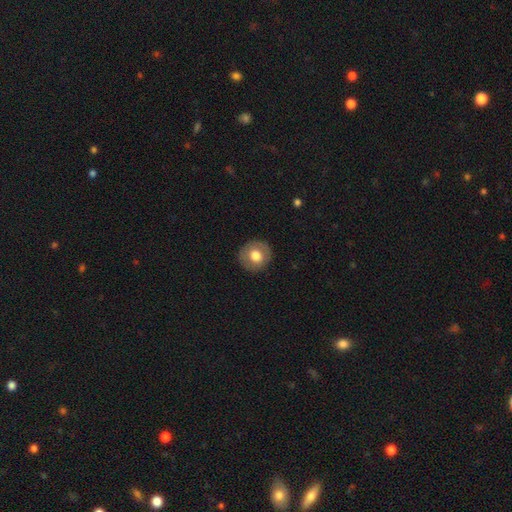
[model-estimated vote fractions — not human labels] This appears to be a smooth galaxy with no disk features (69%) that is round (91%). Merging: none (89%).